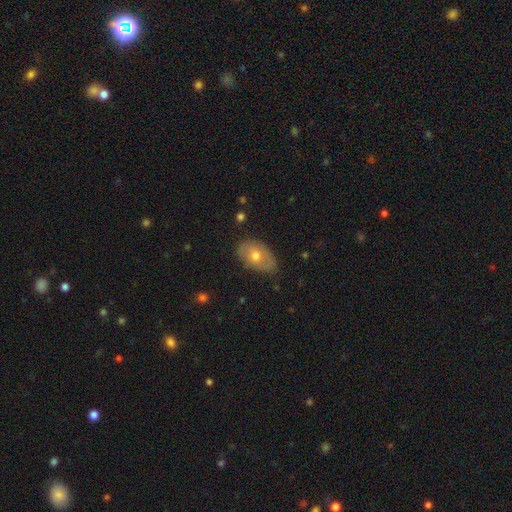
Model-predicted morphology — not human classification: Smooth or featured? smooth (59%)
How rounded? in between (89%)
Merging? none (76%)